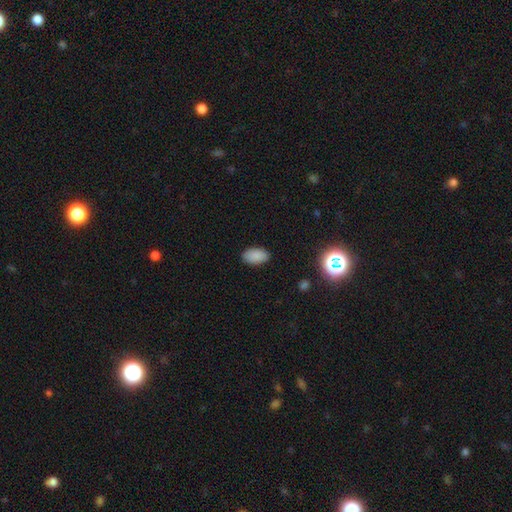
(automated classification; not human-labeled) Smooth or featured: smooth — 87% (star or artifact — 9%)
How rounded: in between — 94% (round — 4%)
Merging: none — 88% (minor disturbance — 9%)